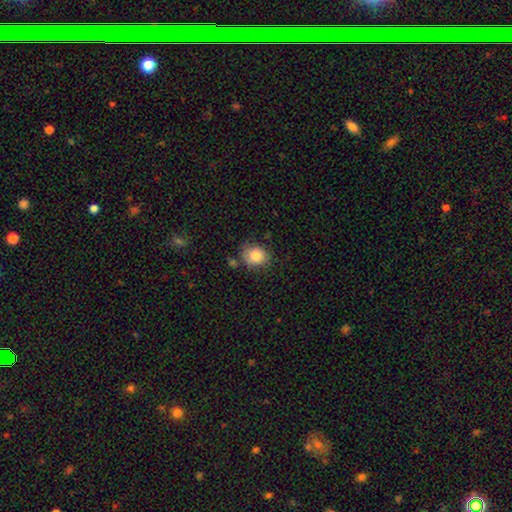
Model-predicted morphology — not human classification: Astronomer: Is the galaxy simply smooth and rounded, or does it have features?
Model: smooth — 83%.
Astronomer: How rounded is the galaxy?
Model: round — 60% (runner-up: in between, 39%).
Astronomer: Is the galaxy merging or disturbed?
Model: none — 67%.